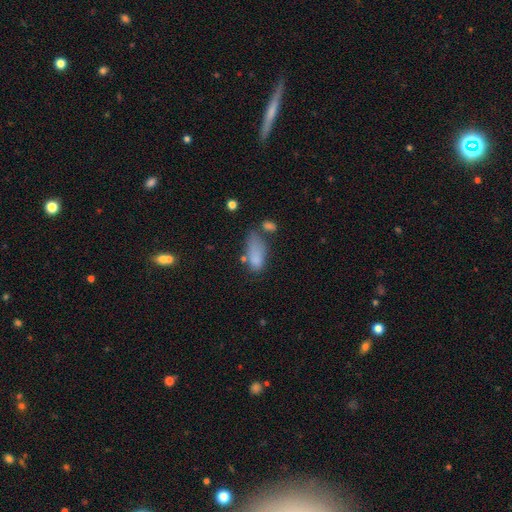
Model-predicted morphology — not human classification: This appears to be a smooth galaxy with no disk features (77%) that is in between round and cigar-shaped (80%). Merging: none (32%).